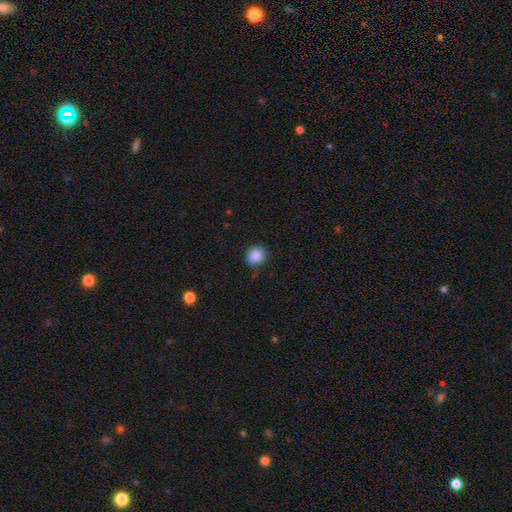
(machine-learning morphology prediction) Smooth or featured: smooth — 87% (star or artifact — 9%)
How rounded: round — 83% (in between — 16%)
Merging: none — 80% (minor disturbance — 15%)